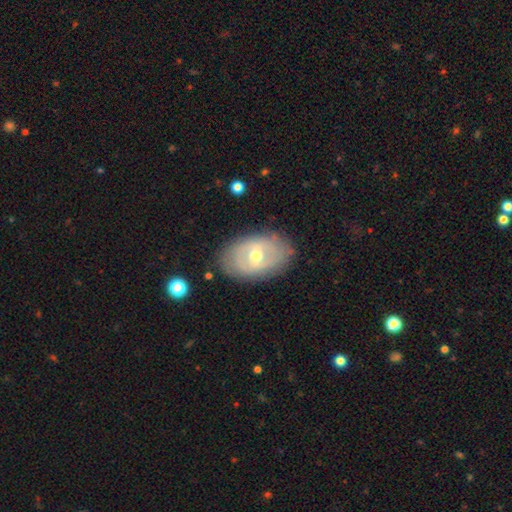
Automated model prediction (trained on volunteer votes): Smooth or featured? Predicted: featured or disk (p=0.69). Edge-on disk? Predicted: no (p=0.93). Bar? Predicted: weak (p=0.48). Spiral arms? Predicted: yes (p=0.59). Bulge size? Predicted: moderate (p=0.64). Merging? Predicted: none (p=0.82).